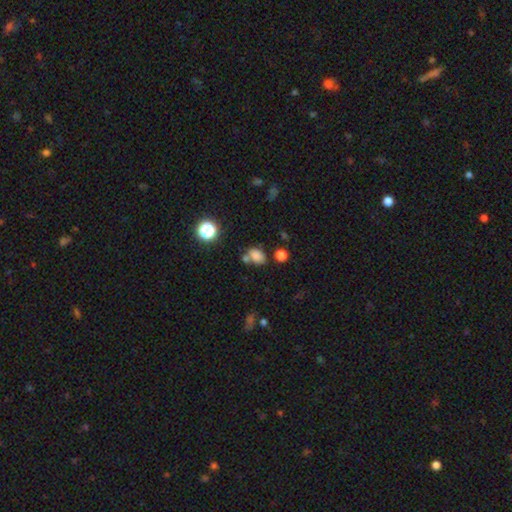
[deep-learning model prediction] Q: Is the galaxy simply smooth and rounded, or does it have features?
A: smooth — 77%.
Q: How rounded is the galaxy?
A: in between — 71%.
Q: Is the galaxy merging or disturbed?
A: none — 54%.